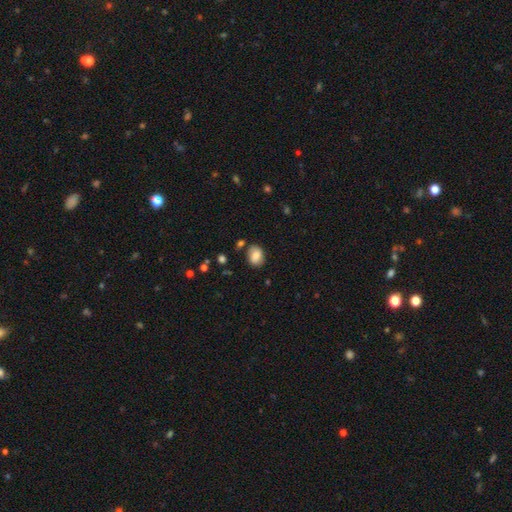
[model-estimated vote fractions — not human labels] smooth-or-featured: smooth: 79% | featured or disk: 12% | star or artifact: 9%
  how-rounded: in between: 60% | round: 39% | cigar-shaped: 1%
  merging: none: 76% | minor disturbance: 15% | merger: 5% | major disturbance: 4%